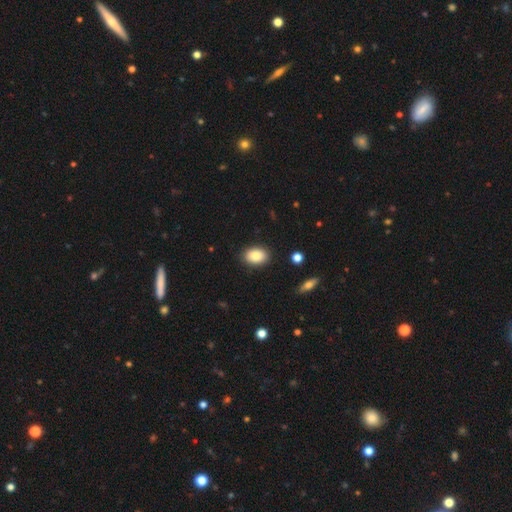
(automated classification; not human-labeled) smooth-or-featured: smooth: 83% | featured or disk: 9% | star or artifact: 8%
  how-rounded: in between: 83% | round: 15% | cigar-shaped: 1%
  merging: none: 88% | minor disturbance: 9% | major disturbance: 2% | merger: 1%